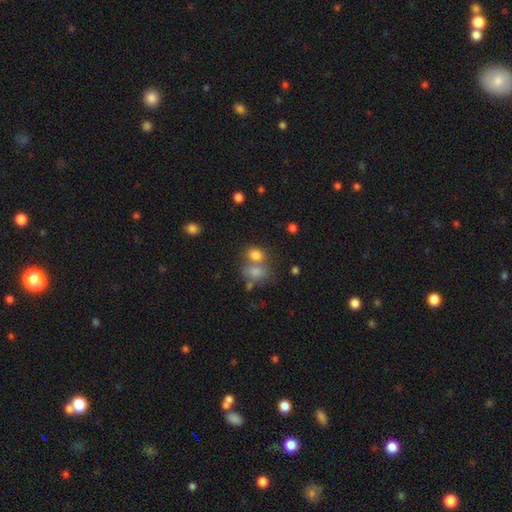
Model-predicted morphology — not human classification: Smooth or featured? Predicted: smooth (p=0.78). How rounded? Predicted: round (p=0.51). Merging? Predicted: merger (p=0.44).